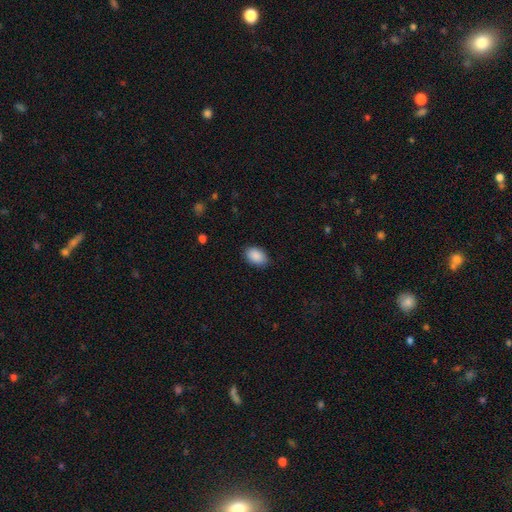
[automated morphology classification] Smooth or featured? smooth (90%)
How rounded? in between (88%)
Merging? none (87%)